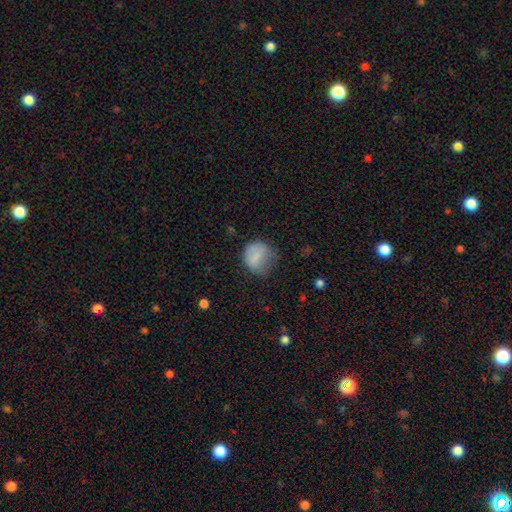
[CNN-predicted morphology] type=smooth (80%); roundness=round (75%); merging=none (47%).